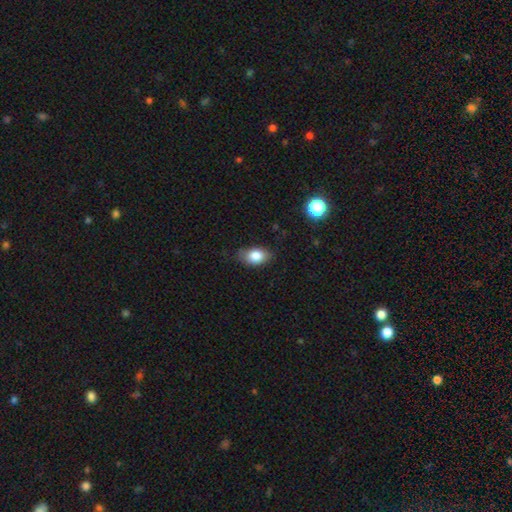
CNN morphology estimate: Smooth or featured? Predicted: smooth (p=0.83). How rounded? Predicted: in between (p=0.84). Merging? Predicted: none (p=0.75).